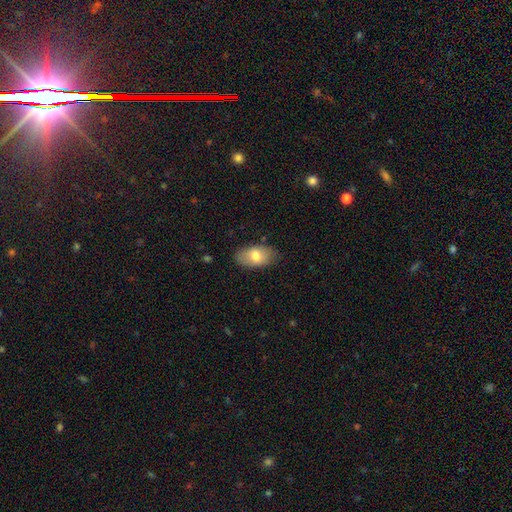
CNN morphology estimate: Smooth or featured?
  - smooth: 74% *
  - featured or disk: 19%
  - star or artifact: 7%
How rounded?
  - in between: 93% *
  - round: 5%
  - cigar-shaped: 2%
Merging?
  - none: 80% *
  - minor disturbance: 15%
  - major disturbance: 3%
  - merger: 1%